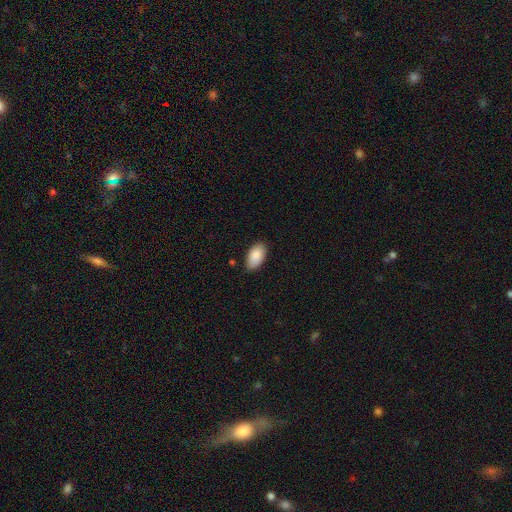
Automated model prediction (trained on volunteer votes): A smooth galaxy with no disk features (89%) that is in between round and cigar-shaped (95%).

Vote fractions:
- Smooth or featured? smooth: 89% / star or artifact: 6% / featured or disk: 5%
- How rounded? in between: 95% / round: 3% / cigar-shaped: 2%
- Merging? none: 81% / minor disturbance: 15% / major disturbance: 2% / merger: 1%